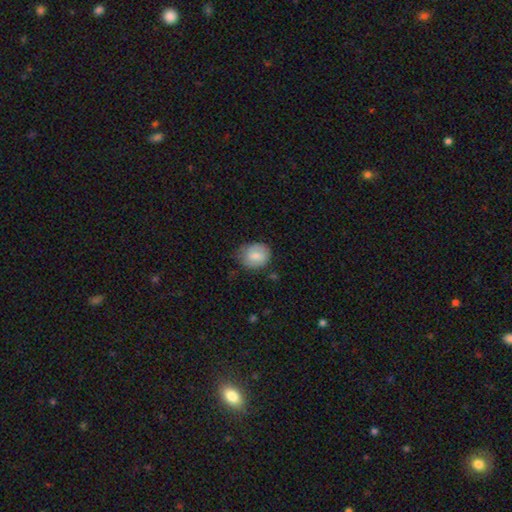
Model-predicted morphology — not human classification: The model was most divided on "how rounded": round: 60%, in between: 40%, cigar-shaped: 1%. More confident: smooth or featured — smooth (78%); merging — none (59%).